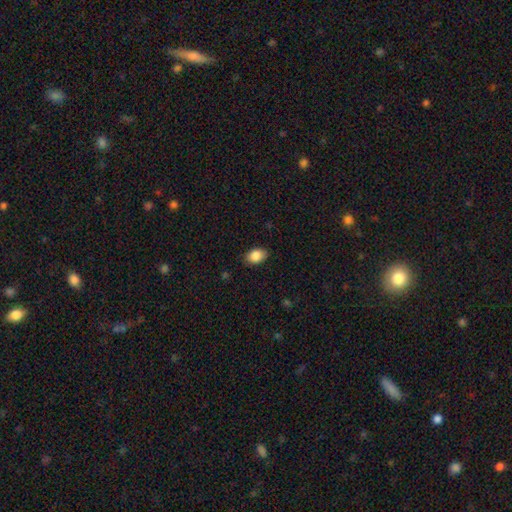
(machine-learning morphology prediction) This is clearly a smooth galaxy (88%). How rounded: clearly in between (86%). Merging: clearly none (86%).